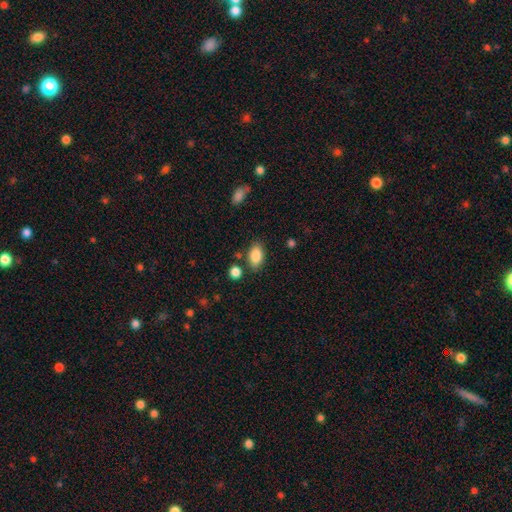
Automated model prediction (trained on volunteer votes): This is clearly a smooth galaxy (86%). How rounded: clearly in between (91%). Merging: likely none (79%).